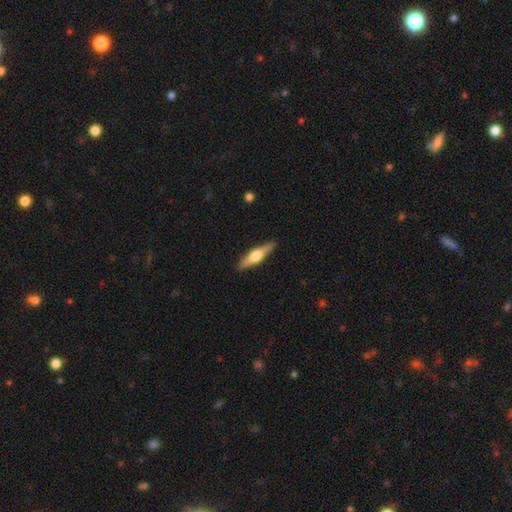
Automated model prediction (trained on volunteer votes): Smooth or featured?
  - featured or disk: 64% *
  - smooth: 30%
  - star or artifact: 5%
Edge-on disk?
  - yes: 97% *
  - no: 3%
Edge-on bulge?
  - rounded: 93% *
  - boxy: 5%
  - none: 2%
Merging?
  - none: 90% *
  - minor disturbance: 7%
  - major disturbance: 2%
  - merger: 1%